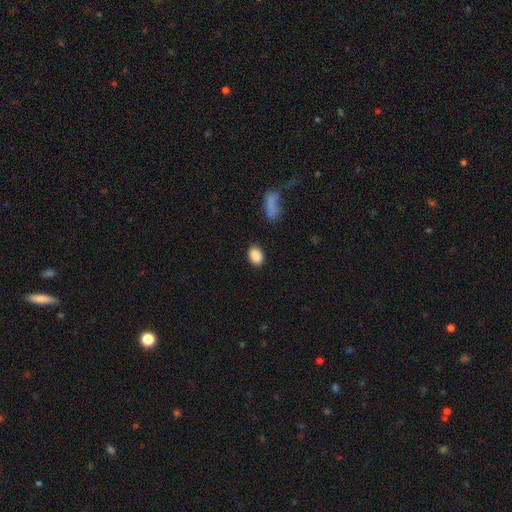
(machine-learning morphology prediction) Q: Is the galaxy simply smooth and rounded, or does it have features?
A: smooth — 89%.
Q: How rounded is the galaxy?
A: in between — 80%.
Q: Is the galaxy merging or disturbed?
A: none — 85%.